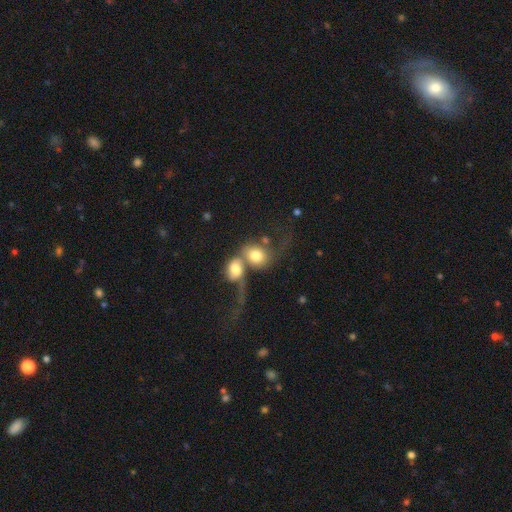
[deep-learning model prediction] smooth 64%, featured or disk 27%, star or artifact 9%. Down the decision tree: how rounded — round (60%); merging — merger (72%).